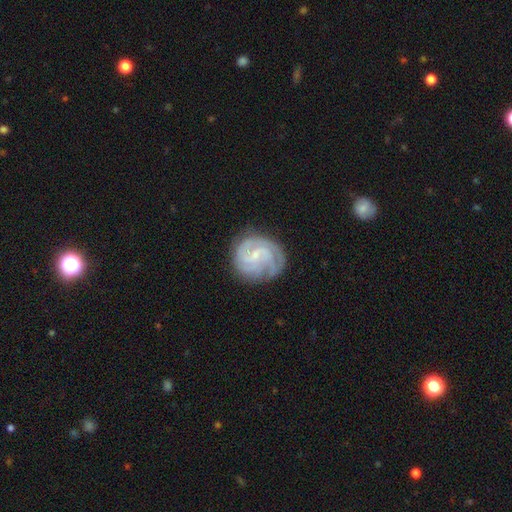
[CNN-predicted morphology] Q: Smooth or featured?
A: featured or disk (83%); runner-up: smooth (11%)
Q: Edge-on disk?
A: no (98%); runner-up: yes (2%)
Q: Bar?
A: weak (50%); runner-up: no (40%)
Q: Spiral arms?
A: yes (96%); runner-up: no (4%)
Q: Spiral winding?
A: tight (60%); runner-up: medium (33%)
Q: Spiral arm count?
A: 3 (32%); runner-up: can't tell (23%)
Q: Bulge size?
A: small (71%); runner-up: moderate (17%)
Q: Merging?
A: none (73%); runner-up: minor disturbance (18%)